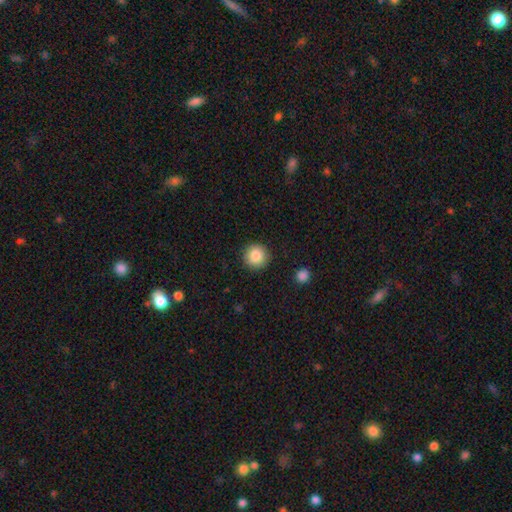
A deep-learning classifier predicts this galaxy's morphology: Smooth or featured: smooth — 86% (star or artifact — 9%)
How rounded: round — 95% (in between — 4%)
Merging: none — 91% (minor disturbance — 5%)